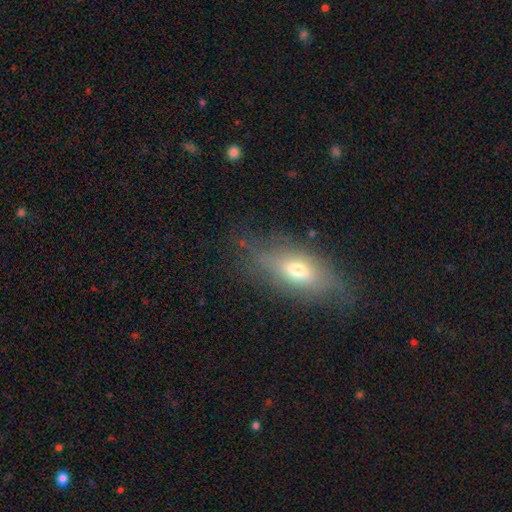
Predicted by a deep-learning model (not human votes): Q: Smooth or featured?
A: smooth (47%); runner-up: featured or disk (41%)
Q: Merging?
A: none (77%); runner-up: minor disturbance (17%)